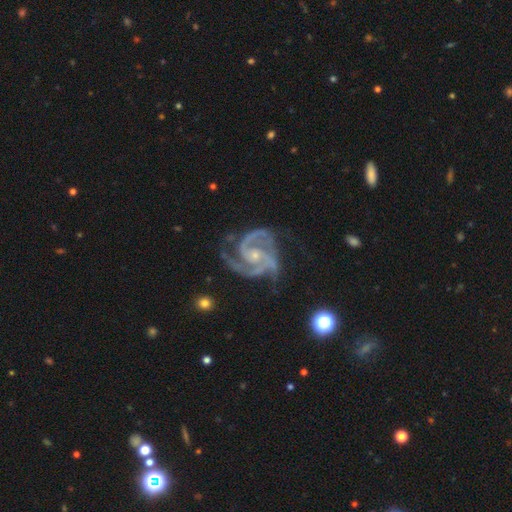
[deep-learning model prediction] Smooth or featured?
  - featured or disk: 94% *
  - star or artifact: 4%
  - smooth: 2%
Edge-on disk?
  - no: 98% *
  - yes: 2%
Bar?
  - no: 60% *
  - weak: 29%
  - strong: 11%
Spiral arms?
  - yes: 99% *
  - no: 1%
Spiral winding?
  - medium: 50% *
  - tight: 45%
  - loose: 5%
Spiral arm count?
  - 3: 55% *
  - 2: 30%
  - 4: 5%
  - can't tell: 4%
  - 1: 3%
  - more than 4: 3%
Bulge size?
  - small: 67% *
  - moderate: 29%
  - none: 2%
  - large: 1%
  - dominant: 1%
Merging?
  - none: 66% *
  - minor disturbance: 22%
  - major disturbance: 10%
  - merger: 2%